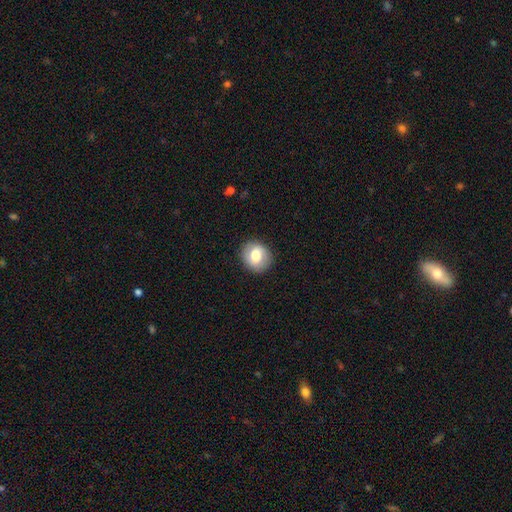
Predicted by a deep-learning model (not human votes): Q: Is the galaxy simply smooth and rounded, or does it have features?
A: smooth — 70%.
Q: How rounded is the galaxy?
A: round — 75%.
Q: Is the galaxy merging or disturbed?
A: none — 88%.